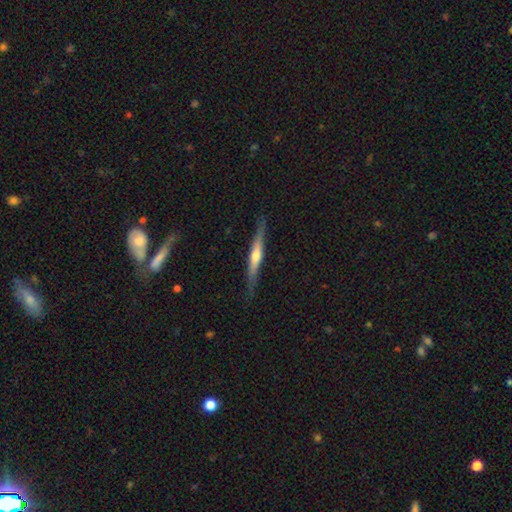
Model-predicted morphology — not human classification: This is likely a featured or disk galaxy (63%). It is clearly viewed edge-on (97%). Edge-on bulge: likely rounded (80%). Merging: clearly none (84%).